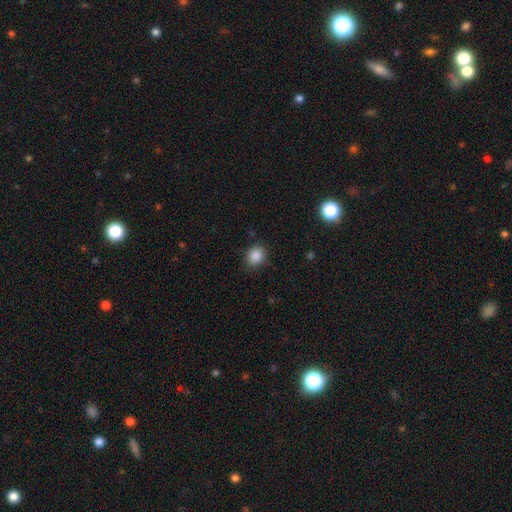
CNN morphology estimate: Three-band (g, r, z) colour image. It shows a smooth galaxy with no disk features (87%) that is round (63%). Merging: none (85%).